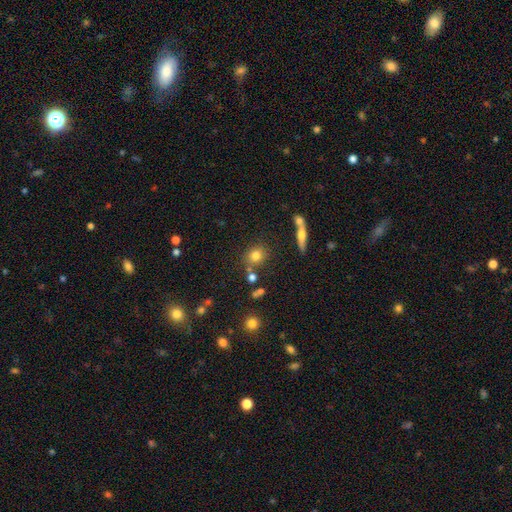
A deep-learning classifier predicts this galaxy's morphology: type=smooth (76%); roundness=round (79%); merging=none (72%).